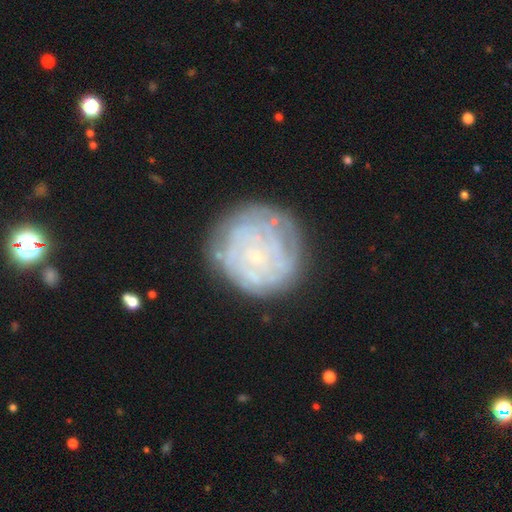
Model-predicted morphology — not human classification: Smooth or featured: featured or disk — 68% (smooth — 23%)
Edge-on disk: no — 97% (yes — 3%)
Bar: no — 82% (weak — 15%)
Spiral arms: yes — 78% (no — 22%)
Spiral winding: tight — 79% (medium — 15%)
Spiral arm count: can't tell — 54% (4 — 13%)
Bulge size: small — 85% (moderate — 7%)
Merging: none — 74% (minor disturbance — 17%)